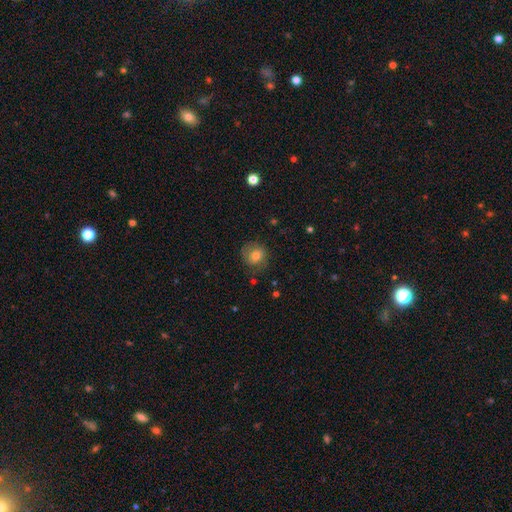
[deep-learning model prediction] A smooth galaxy with no disk features (64%) that is round (83%).

Vote fractions:
- Smooth or featured? smooth: 64% / featured or disk: 26% / star or artifact: 10%
- How rounded? round: 83% / in between: 16% / cigar-shaped: 1%
- Merging? none: 72% / minor disturbance: 18% / major disturbance: 9% / merger: 1%